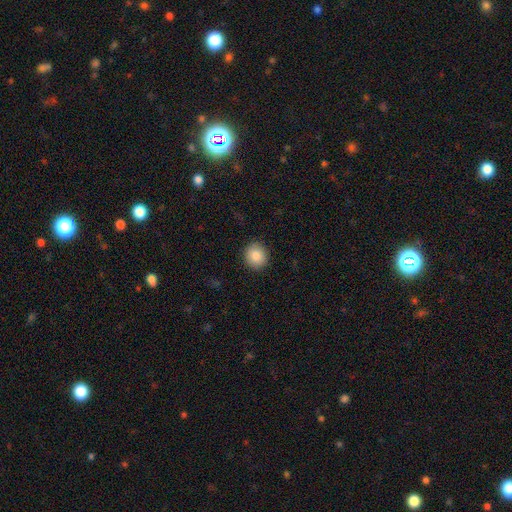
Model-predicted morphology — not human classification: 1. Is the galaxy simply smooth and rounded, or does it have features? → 86% smooth, 9% star or artifact, 6% featured or disk.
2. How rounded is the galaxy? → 87% round, 12% in between, 1% cigar-shaped.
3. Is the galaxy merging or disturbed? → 91% none, 6% minor disturbance, 2% major disturbance, 1% merger.